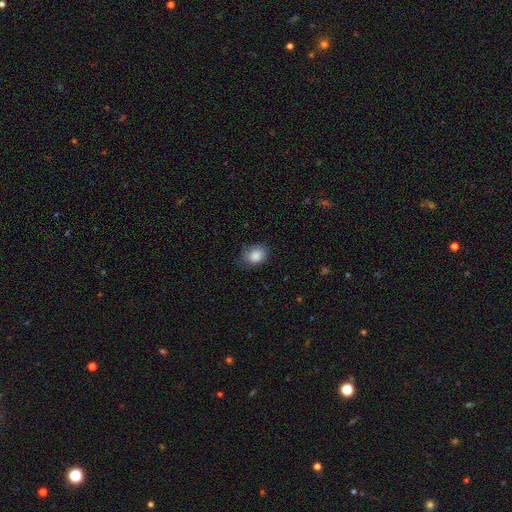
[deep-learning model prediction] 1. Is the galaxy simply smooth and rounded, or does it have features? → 86% smooth, 8% star or artifact, 6% featured or disk.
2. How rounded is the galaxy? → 61% in between, 38% round, 1% cigar-shaped.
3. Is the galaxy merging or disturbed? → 69% none, 24% minor disturbance, 6% major disturbance, 1% merger.